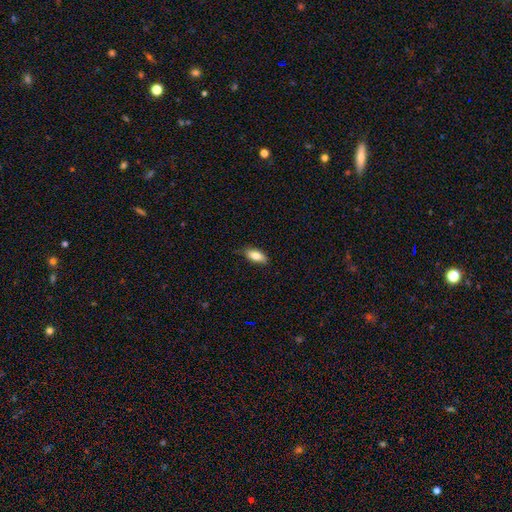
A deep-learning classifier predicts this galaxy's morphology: Smooth or featured? smooth (81%)
How rounded? in between (84%)
Merging? none (79%)